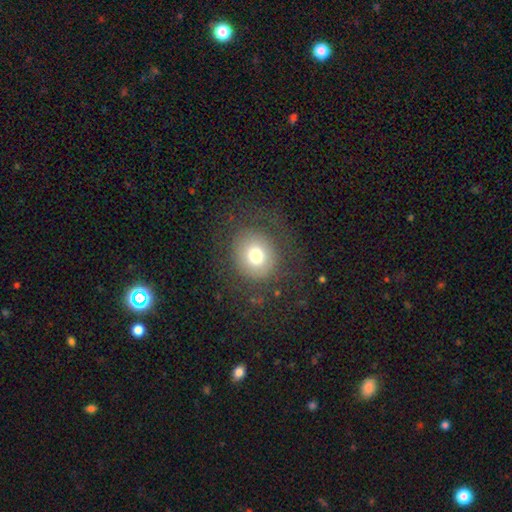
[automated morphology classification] A smooth galaxy with no disk features (70%) that is round (86%).

Vote fractions:
- Smooth or featured? smooth: 70% / featured or disk: 17% / star or artifact: 13%
- How rounded? round: 86% / in between: 13% / cigar-shaped: 1%
- Merging? none: 73% / major disturbance: 13% / minor disturbance: 12% / merger: 1%